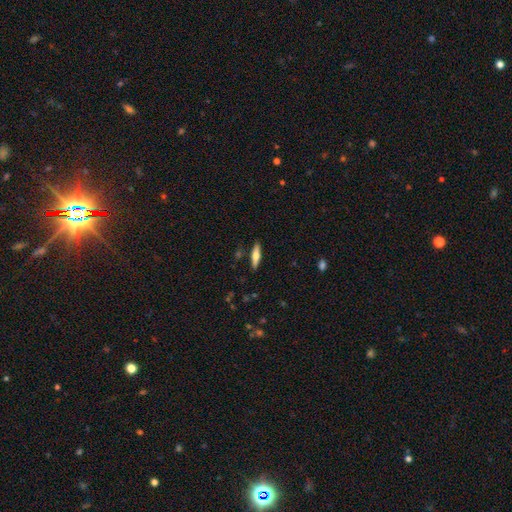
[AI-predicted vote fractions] smooth-or-featured: smooth: 53% | featured or disk: 41% | star or artifact: 6%
  how-rounded: cigar-shaped: 70% | in between: 28% | round: 2%
  merging: none: 88% | minor disturbance: 8% | major disturbance: 2% | merger: 2%